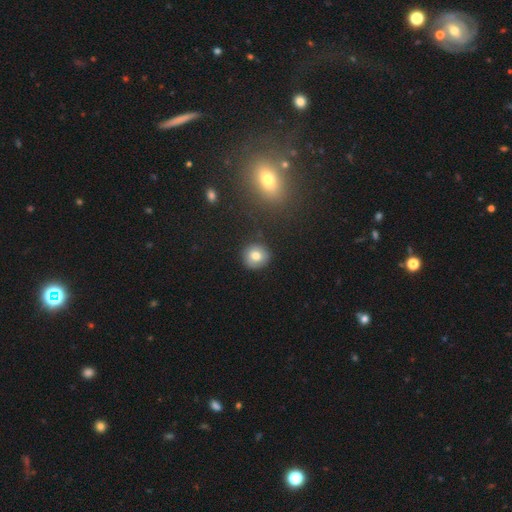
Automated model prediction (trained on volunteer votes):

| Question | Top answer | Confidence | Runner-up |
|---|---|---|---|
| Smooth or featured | smooth | 77% | featured or disk (12%) |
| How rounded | round | 91% | in between (8%) |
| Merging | none | 87% | minor disturbance (9%) |